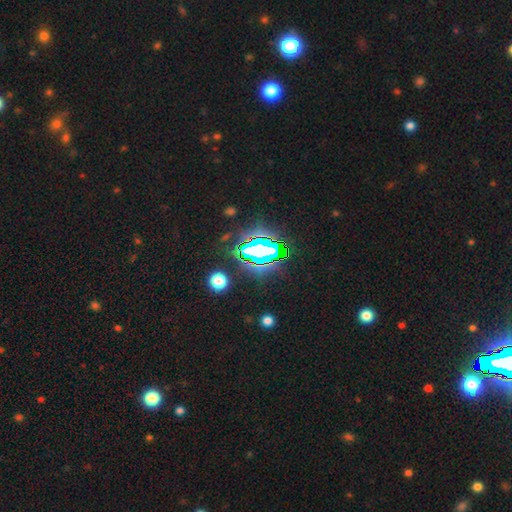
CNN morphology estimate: smooth-or-featured: star or artifact: 77% | smooth: 14% | featured or disk: 9%